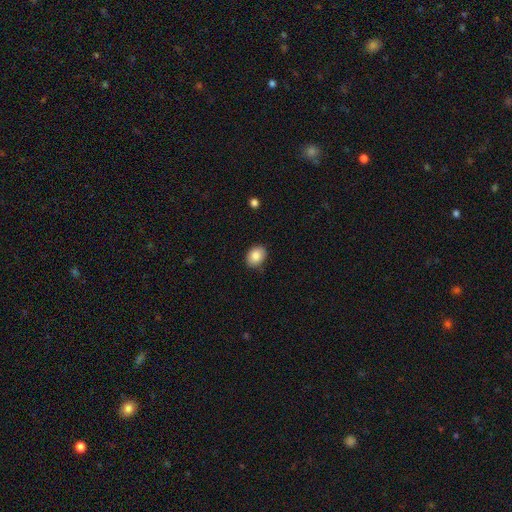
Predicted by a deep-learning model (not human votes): Morphology: type=smooth (86%); roundness=in between (65%); merging=none (85%).